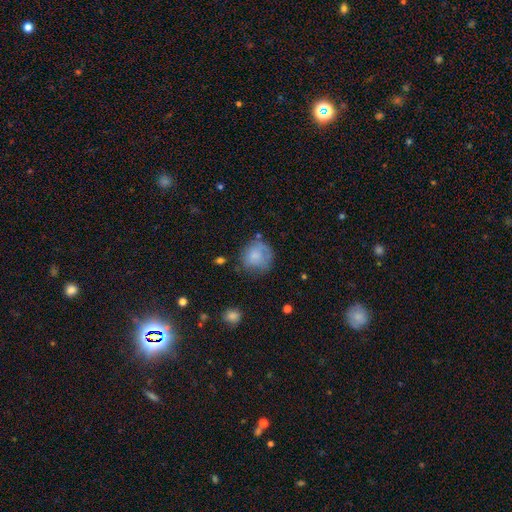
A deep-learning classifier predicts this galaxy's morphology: smooth-or-featured: smooth: 75% | featured or disk: 17% | star or artifact: 8%
  how-rounded: round: 84% | in between: 15% | cigar-shaped: 1%
  merging: none: 56% | minor disturbance: 27% | major disturbance: 13% | merger: 4%